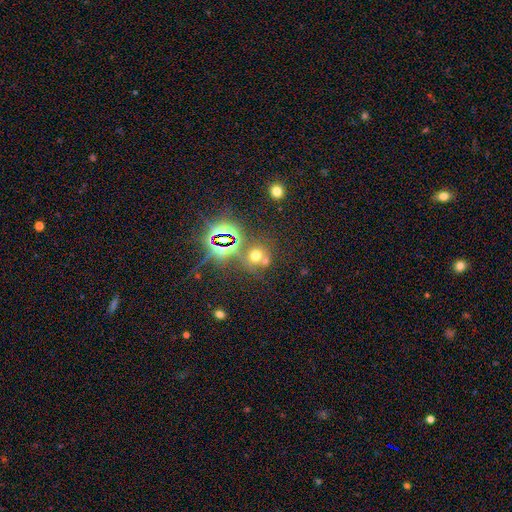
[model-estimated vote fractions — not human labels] A smooth galaxy with no disk features (50%) that is round (84%). Merging: none (59%).